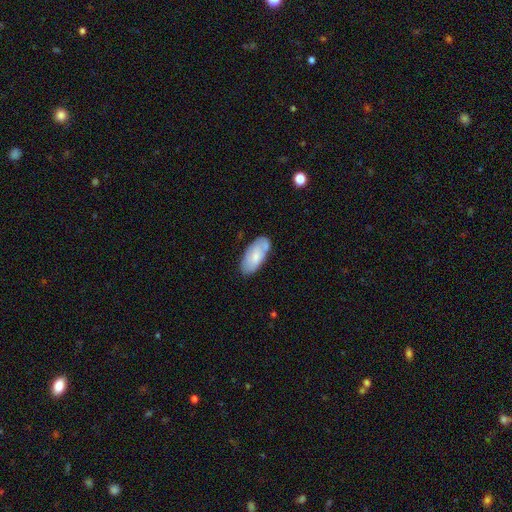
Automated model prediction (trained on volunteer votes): Q: Smooth or featured?
A: smooth (69%); runner-up: featured or disk (25%)
Q: How rounded?
A: in between (93%); runner-up: cigar-shaped (6%)
Q: Merging?
A: none (67%); runner-up: minor disturbance (21%)